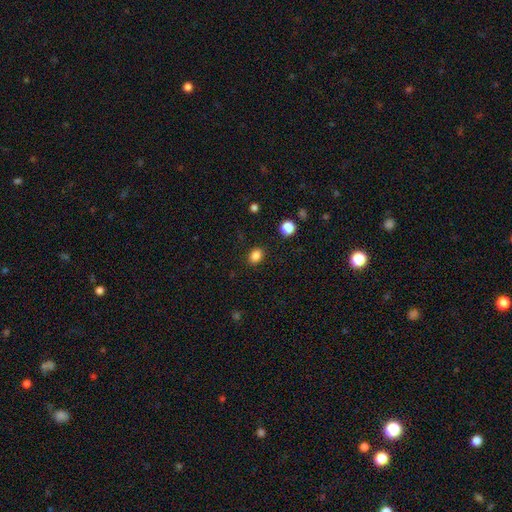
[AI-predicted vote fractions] smooth-or-featured: smooth: 85% | star or artifact: 11% | featured or disk: 4%
  how-rounded: in between: 62% | round: 37% | cigar-shaped: 1%
  merging: none: 87% | minor disturbance: 9% | major disturbance: 3% | merger: 2%